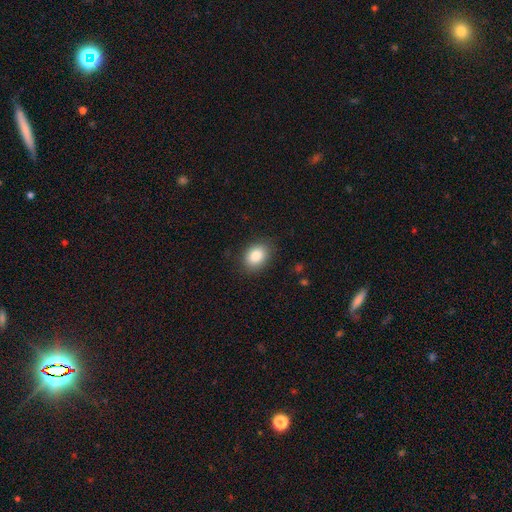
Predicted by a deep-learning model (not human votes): Overall: smooth (86%). How rounded: in between (76%). Merging: none (85%).